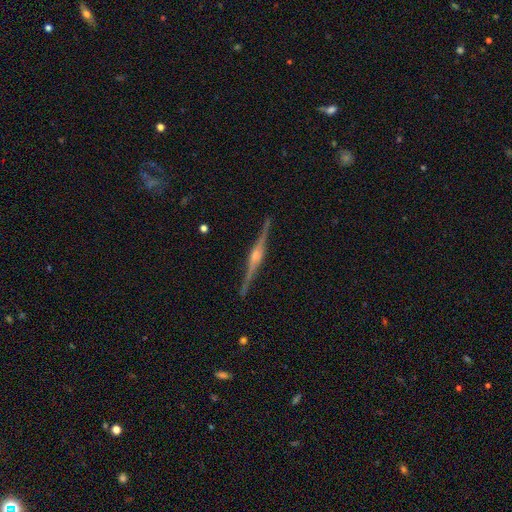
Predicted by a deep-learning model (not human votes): Morphology: type=featured or disk (89%); edge-on=yes (98%); edge-on bulge=rounded (86%); merging=none (91%).